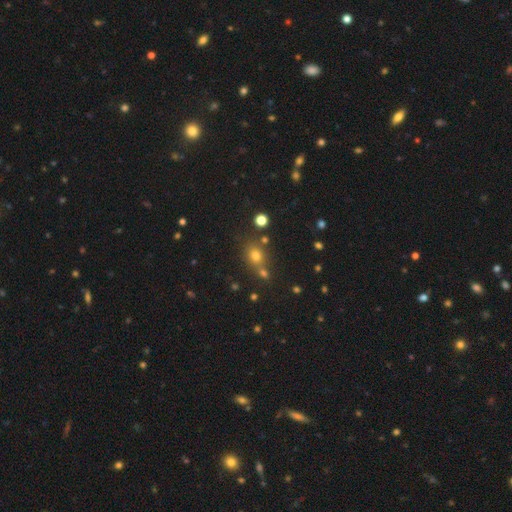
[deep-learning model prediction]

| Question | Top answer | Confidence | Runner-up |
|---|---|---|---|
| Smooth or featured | smooth | 67% | star or artifact (23%) |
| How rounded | round | 70% | in between (29%) |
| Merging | none | 62% | merger (22%) |